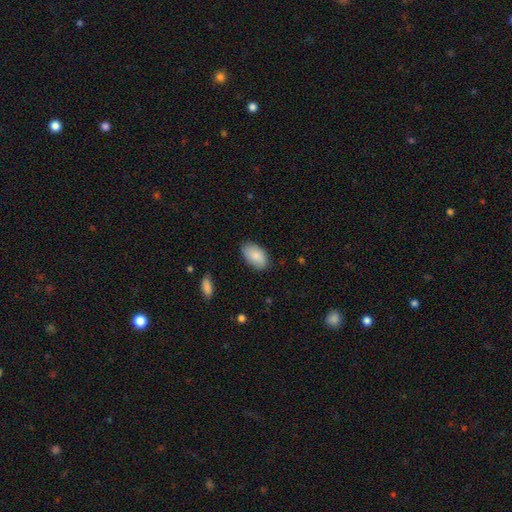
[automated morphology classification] Overall: smooth (87%). How rounded: in between (94%). Merging: none (82%).